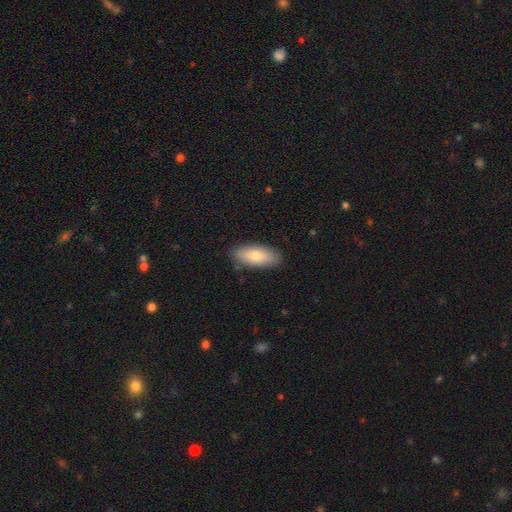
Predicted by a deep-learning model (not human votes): Smooth or featured? Predicted: smooth (p=0.78). How rounded? Predicted: in between (p=0.83). Merging? Predicted: none (p=0.85).